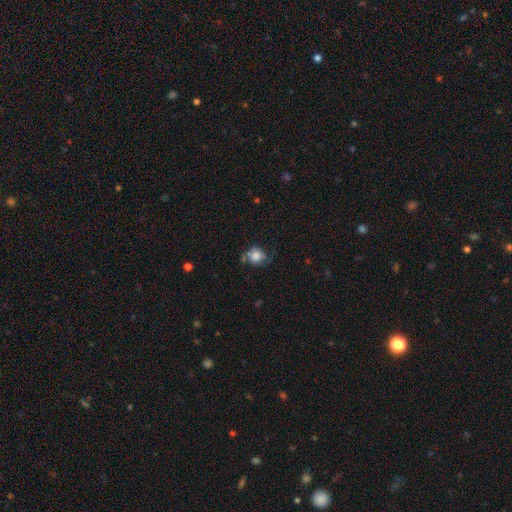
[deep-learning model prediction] Morphology: type=smooth (70%); roundness=round (72%); merging=none (52%).